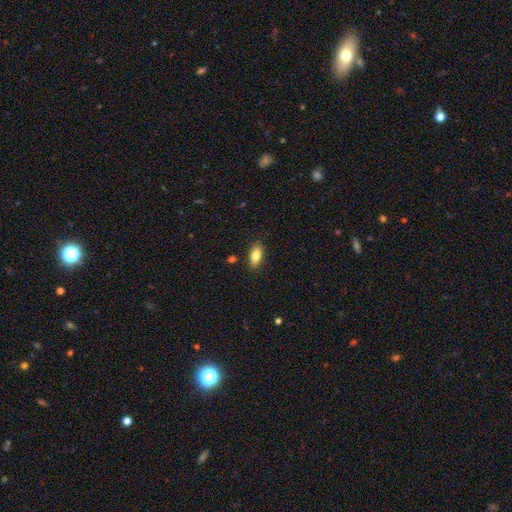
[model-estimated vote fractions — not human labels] A smooth galaxy with no disk features (80%) that is in between round and cigar-shaped (86%). Merging: none (87%).